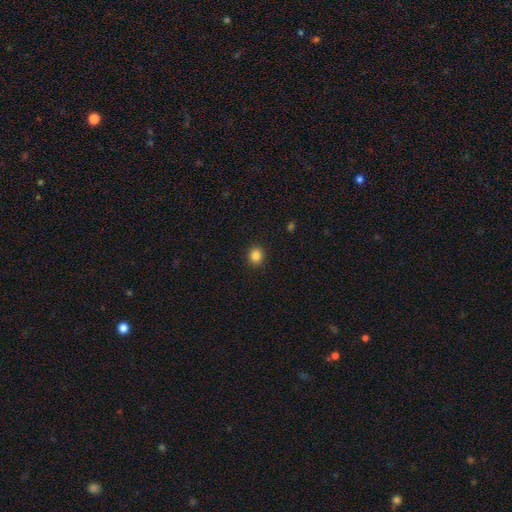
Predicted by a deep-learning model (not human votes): smooth 85%, star or artifact 11%, featured or disk 4%. Down the decision tree: how rounded — round (81%); merging — none (91%).